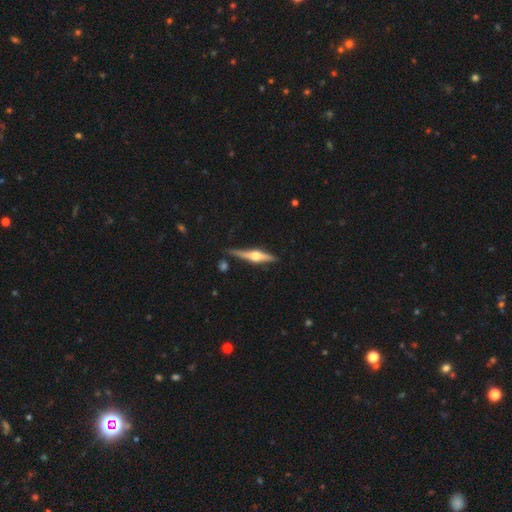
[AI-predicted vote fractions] This appears to be a featured or disk galaxy (79%) viewed edge-on (98%) with a rounded central bulge (94%). Merging: none (85%).